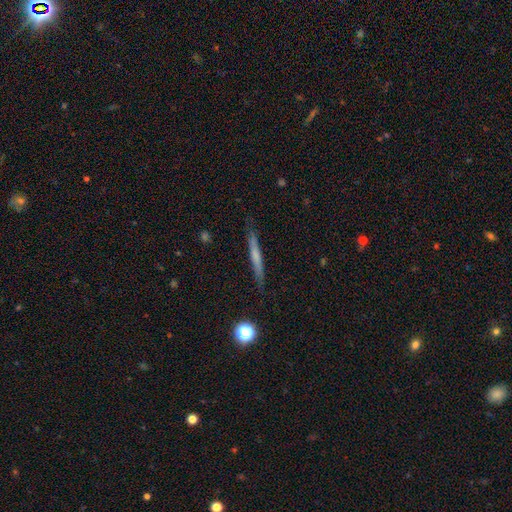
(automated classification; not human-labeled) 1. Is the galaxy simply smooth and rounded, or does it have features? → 53% smooth, 40% featured or disk, 8% star or artifact.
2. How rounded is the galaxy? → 95% cigar-shaped, 3% in between, 2% round.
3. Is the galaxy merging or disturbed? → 85% none, 11% minor disturbance, 2% major disturbance, 1% merger.